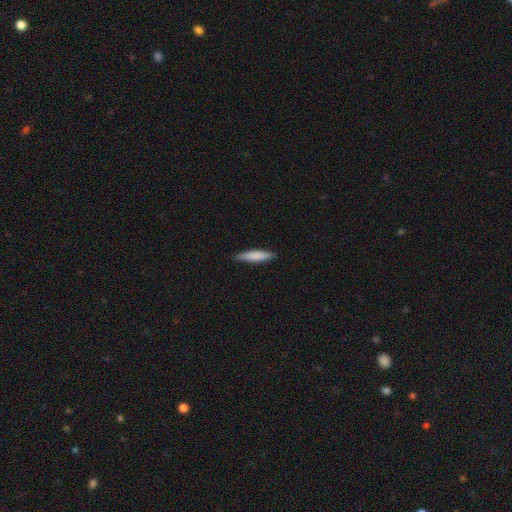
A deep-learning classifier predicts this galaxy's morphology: smooth_or_featured: smooth (p=0.79) [alt: featured or disk p=0.16]
how_rounded: cigar-shaped (p=0.85) [alt: in between p=0.13]
merging: none (p=0.88) [alt: minor disturbance p=0.09]